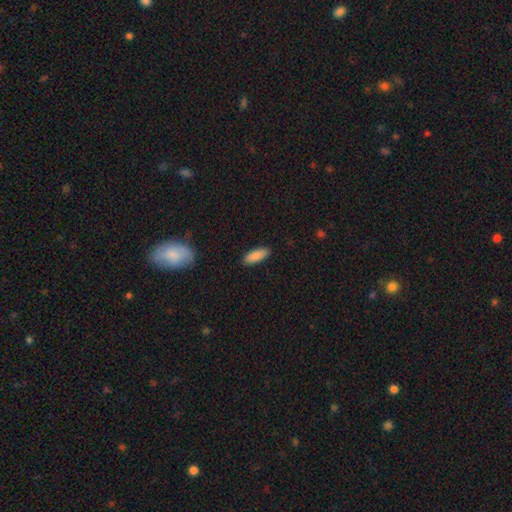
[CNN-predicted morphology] This is clearly a smooth galaxy (89%). How rounded: likely in between (71%). Merging: clearly none (89%).